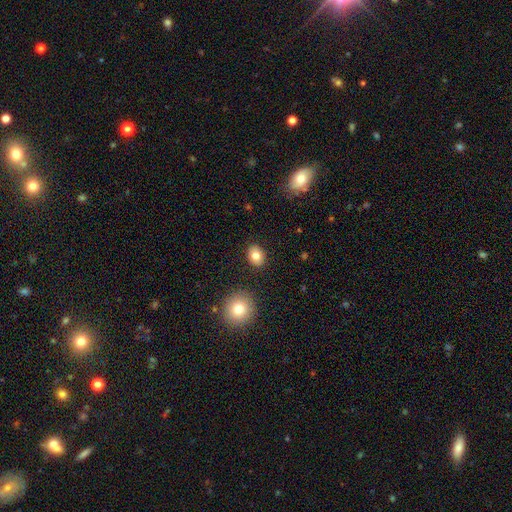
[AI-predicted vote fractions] A smooth galaxy with no disk features (81%) that is in between round and cigar-shaped (61%).

Vote fractions:
- Smooth or featured? smooth: 81% / featured or disk: 10% / star or artifact: 9%
- How rounded? in between: 61% / round: 38% / cigar-shaped: 1%
- Merging? none: 87% / minor disturbance: 8% / merger: 2% / major disturbance: 2%